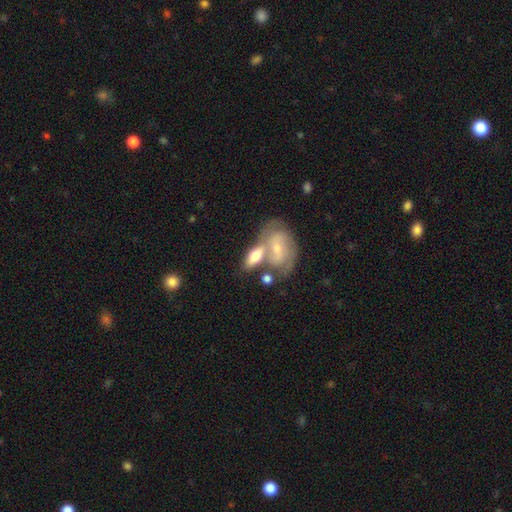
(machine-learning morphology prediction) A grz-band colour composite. It shows a smooth galaxy with no disk features (57%) that is in between round and cigar-shaped (80%). Merging: merger (52%).